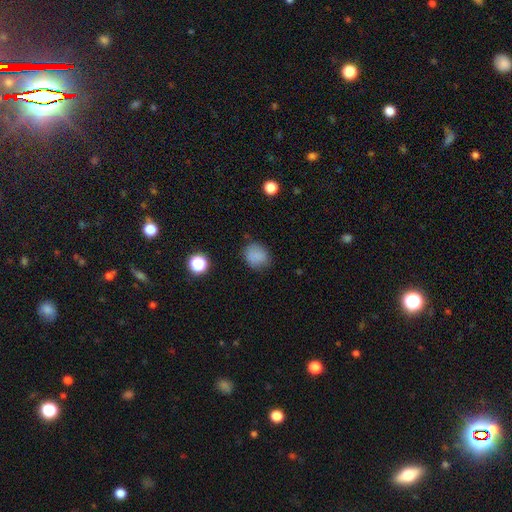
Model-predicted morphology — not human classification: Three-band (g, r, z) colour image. It shows a smooth galaxy with no disk features (82%) that is round (66%). Merging: none (76%).